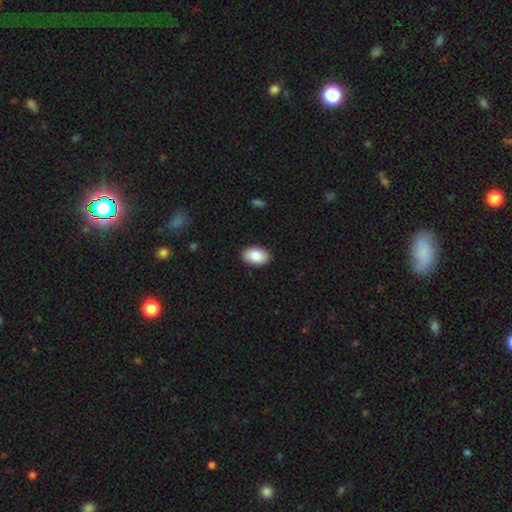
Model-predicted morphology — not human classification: smooth 87%, featured or disk 7%, star or artifact 6%. Down the decision tree: how rounded — in between (92%); merging — none (89%).